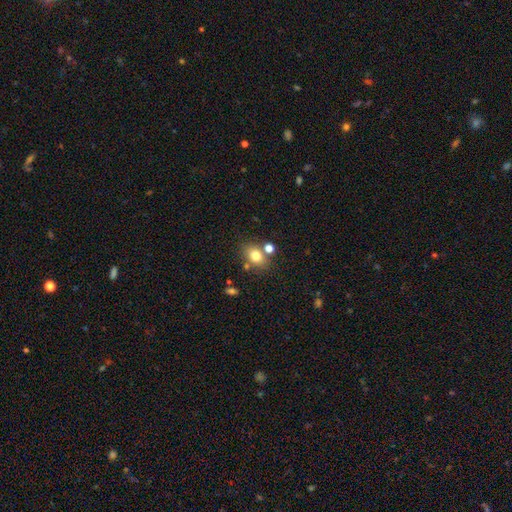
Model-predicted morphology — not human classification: Overall: smooth (77%). How rounded: in between (59%; round 40%). Merging: none (68%).